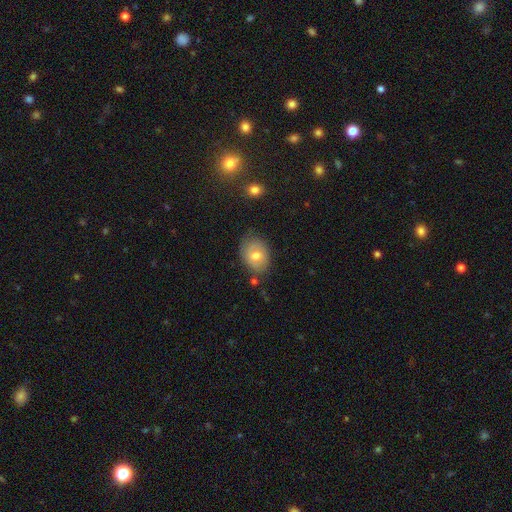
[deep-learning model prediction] smooth-or-featured: smooth: 64% | featured or disk: 27% | star or artifact: 8%
  how-rounded: in between: 64% | round: 35% | cigar-shaped: 1%
  merging: none: 65% | minor disturbance: 25% | major disturbance: 6% | merger: 4%